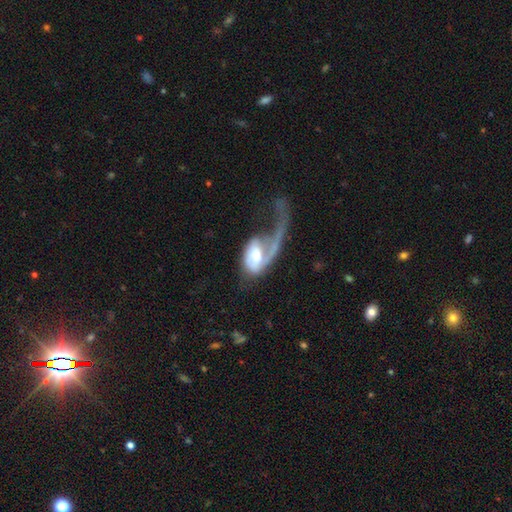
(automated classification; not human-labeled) This is likely a featured or disk galaxy (64%). It is clearly not viewed edge-on (95%). Bar: possibly no (51%). Spiral arm pattern: likely yes (73%). Central bulge: possibly moderate (54%). Merging: likely major disturbance (65%).